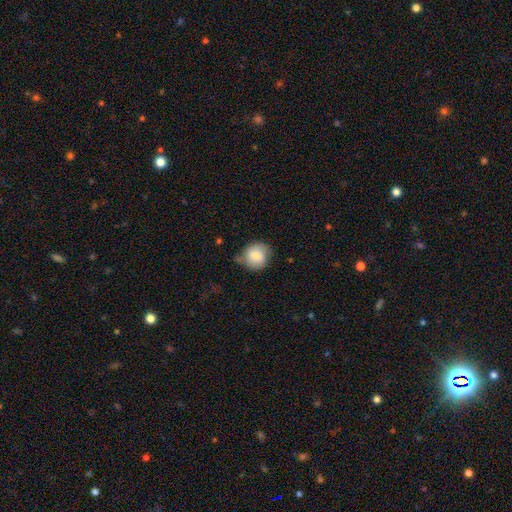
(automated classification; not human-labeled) This appears to be a smooth galaxy with no disk features (74%) that is round (81%). Merging: none (54%).